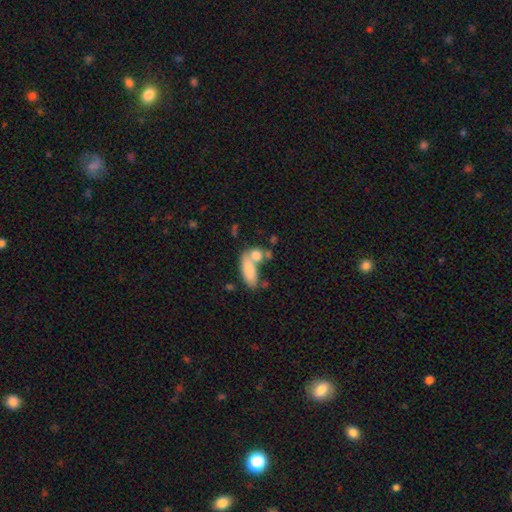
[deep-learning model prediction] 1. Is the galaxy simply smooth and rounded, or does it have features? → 77% smooth, 15% featured or disk, 8% star or artifact.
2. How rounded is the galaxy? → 68% in between, 19% round, 13% cigar-shaped.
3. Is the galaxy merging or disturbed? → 48% merger, 34% none, 11% minor disturbance, 6% major disturbance.